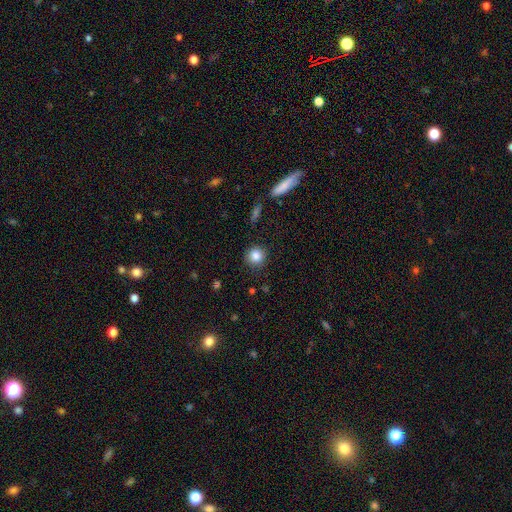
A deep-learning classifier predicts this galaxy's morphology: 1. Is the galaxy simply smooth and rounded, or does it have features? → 85% smooth, 9% star or artifact, 5% featured or disk.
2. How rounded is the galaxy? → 91% round, 8% in between, 1% cigar-shaped.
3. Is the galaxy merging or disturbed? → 88% none, 8% minor disturbance, 2% major disturbance, 1% merger.